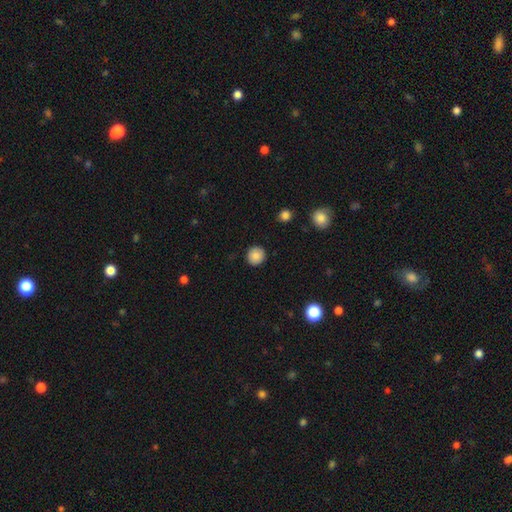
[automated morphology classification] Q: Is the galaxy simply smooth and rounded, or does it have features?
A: smooth — 83%.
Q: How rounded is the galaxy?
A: round — 94%.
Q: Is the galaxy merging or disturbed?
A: none — 91%.